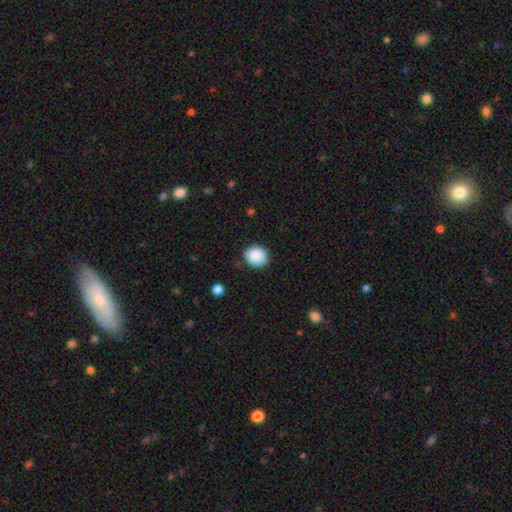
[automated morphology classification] Smooth or featured? Predicted: smooth (p=0.89). How rounded? Predicted: round (p=0.70). Merging? Predicted: none (p=0.85).